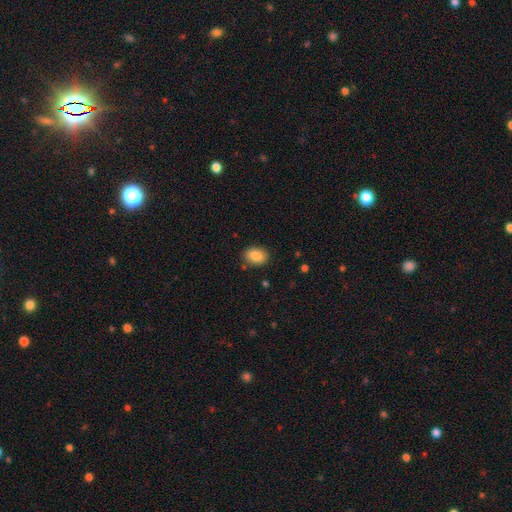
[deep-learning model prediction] A smooth galaxy with no disk features (87%) that is in between round and cigar-shaped (75%).

Vote fractions:
- Smooth or featured? smooth: 87% / star or artifact: 8% / featured or disk: 5%
- How rounded? in between: 75% / round: 24% / cigar-shaped: 1%
- Merging? none: 86% / minor disturbance: 10% / major disturbance: 2% / merger: 2%